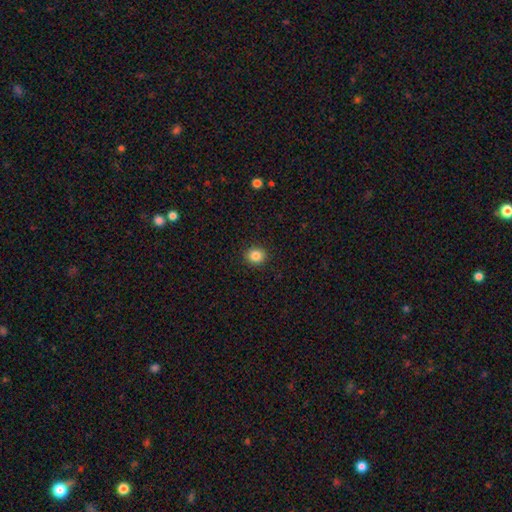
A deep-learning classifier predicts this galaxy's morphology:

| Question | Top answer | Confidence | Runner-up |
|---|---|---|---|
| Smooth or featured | smooth | 85% | star or artifact (11%) |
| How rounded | round | 83% | in between (16%) |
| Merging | none | 92% | minor disturbance (5%) |